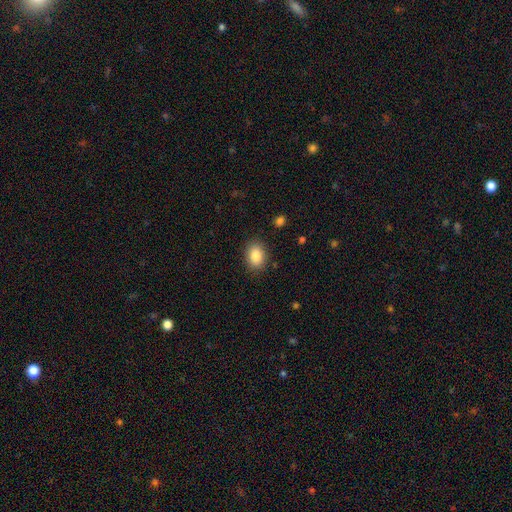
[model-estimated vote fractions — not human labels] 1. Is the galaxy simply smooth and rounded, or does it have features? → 85% smooth, 9% star or artifact, 6% featured or disk.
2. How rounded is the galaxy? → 70% in between, 29% round, 1% cigar-shaped.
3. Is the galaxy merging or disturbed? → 87% none, 9% minor disturbance, 3% major disturbance, 1% merger.